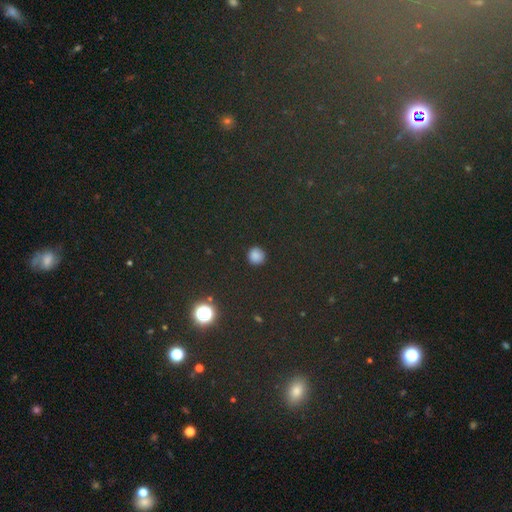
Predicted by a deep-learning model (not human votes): The model was most divided on "smooth or featured": smooth: 81%, star or artifact: 15%, featured or disk: 4%. More confident: how rounded — round (92%); merging — none (90%).